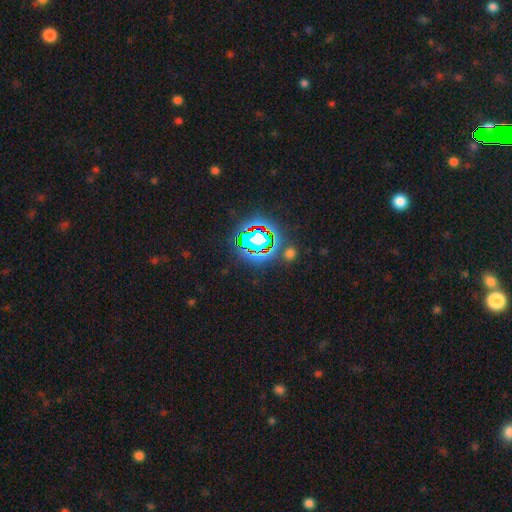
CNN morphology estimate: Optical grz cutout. It shows a star or artifact, not a galaxy (84%).